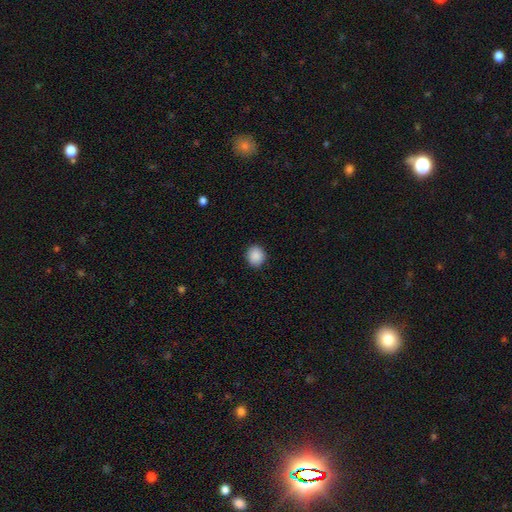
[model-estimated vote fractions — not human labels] A smooth galaxy with no disk features (89%) that is round (80%). Merging: none (90%).